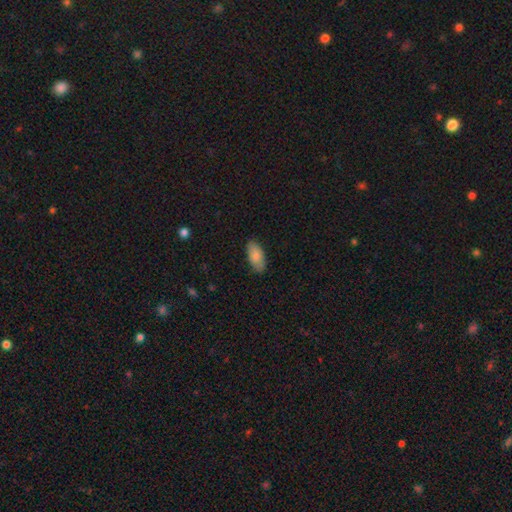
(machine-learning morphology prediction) The model was most divided on "merging": none: 82%, minor disturbance: 14%, major disturbance: 3%, merger: 1%. More confident: how rounded — in between (90%); smooth or featured — smooth (85%).